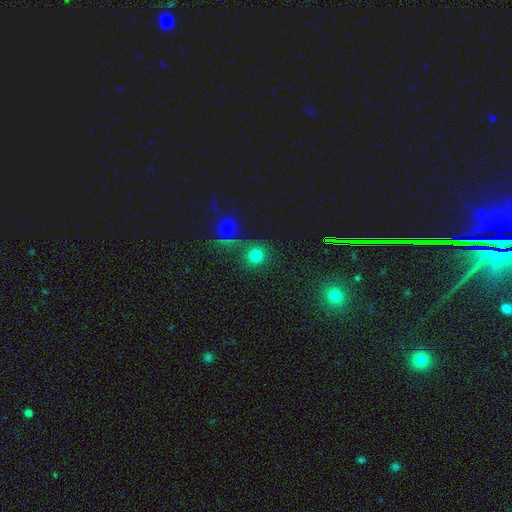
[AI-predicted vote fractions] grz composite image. It shows a smooth galaxy with no disk features (73%) that is round (90%). Merging: none (75%).